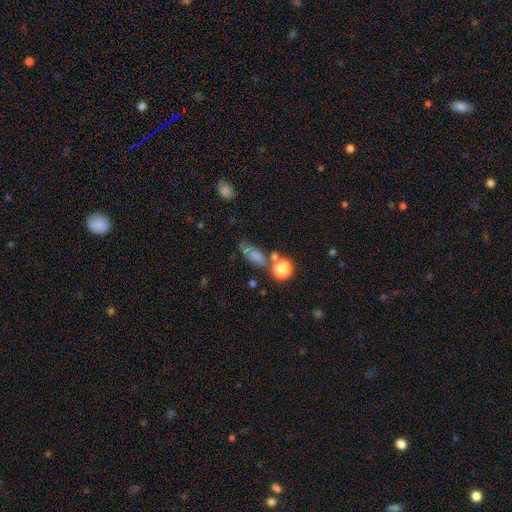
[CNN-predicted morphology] Smooth or featured? smooth (45%)
Merging? none (58%)